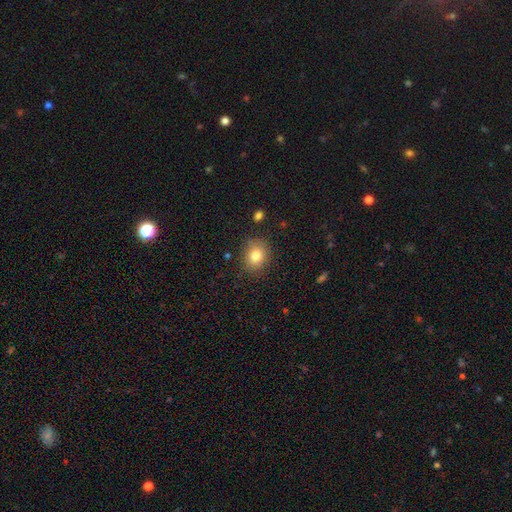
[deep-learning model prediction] Smooth or featured? Predicted: smooth (p=0.80). How rounded? Predicted: round (p=0.65). Merging? Predicted: none (p=0.84).